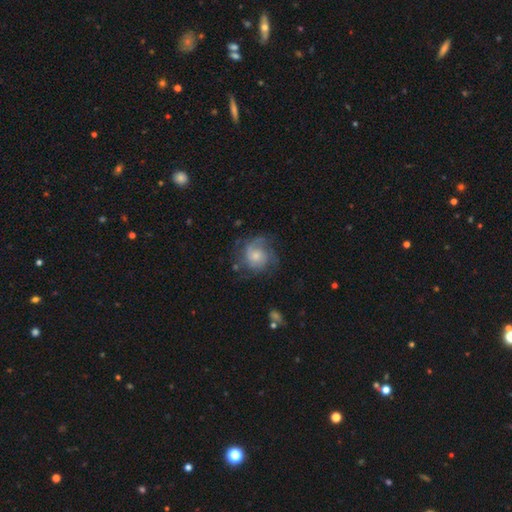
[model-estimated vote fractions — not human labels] This appears to be a featured or disk galaxy (63%) with no bar (76%), tight (45%) spiral arms (88%) and a moderate central bulge (47%). Merging: none (62%).